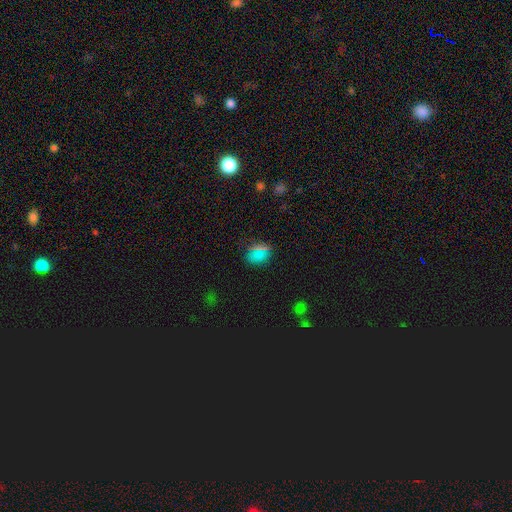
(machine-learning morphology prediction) This appears to be a smooth galaxy with no disk features (68%) that is in between round and cigar-shaped (52%). Merging: none (82%).